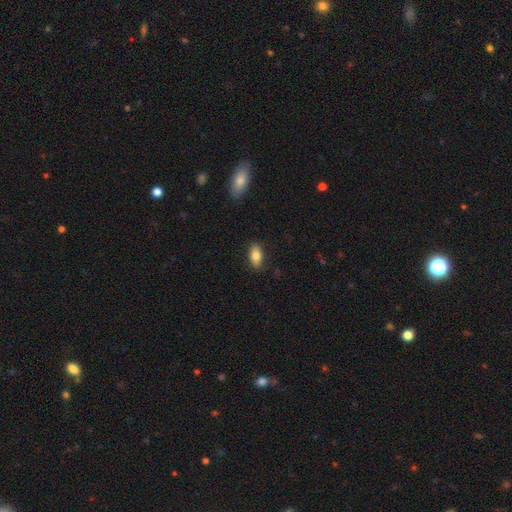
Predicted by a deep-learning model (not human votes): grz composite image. It shows a smooth galaxy with no disk features (81%) that is in between round and cigar-shaped (90%). Merging: none (86%).